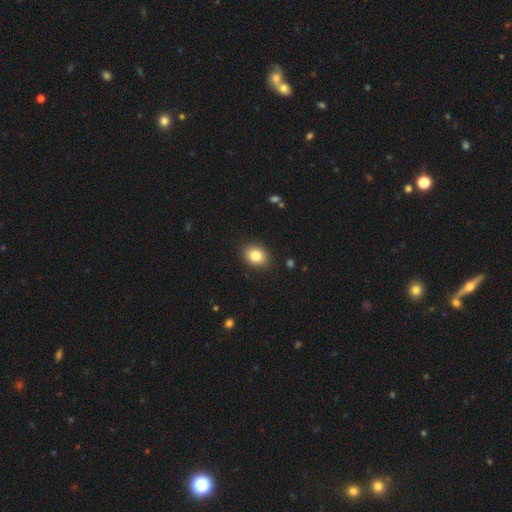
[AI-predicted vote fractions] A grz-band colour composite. It shows a smooth galaxy with no disk features (84%) that is in between round and cigar-shaped (54%). Merging: none (89%).